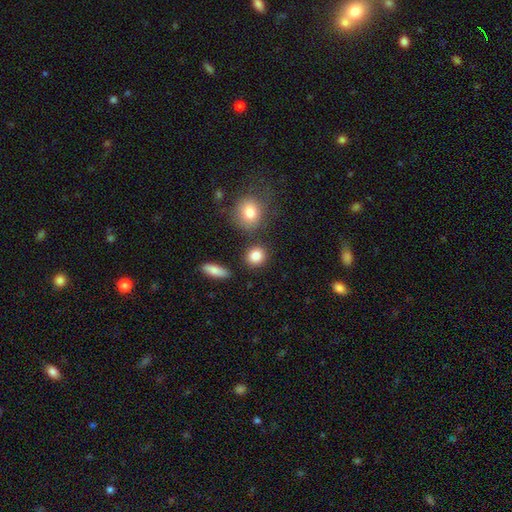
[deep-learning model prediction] Smooth or featured? smooth (85%)
How rounded? round (80%)
Merging? none (82%)